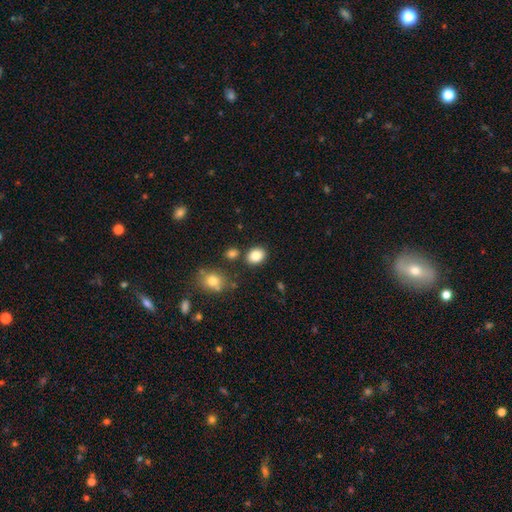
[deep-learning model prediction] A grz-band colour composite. It shows a smooth galaxy with no disk features (85%) that is in between round and cigar-shaped (53%). Merging: none (81%).